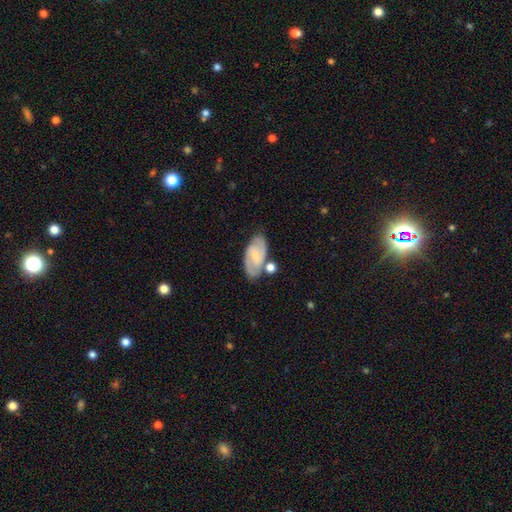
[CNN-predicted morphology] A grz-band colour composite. It shows a featured or disk galaxy (64%) with a weak bar (50%), 2 (82%) medium (47%) spiral arms (89%) and a small central bulge (63%). Merging: none (70%).